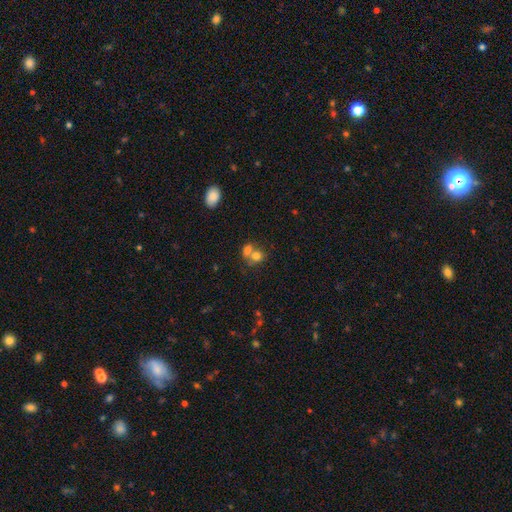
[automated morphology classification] A smooth galaxy with no disk features (72%) that is round (63%).

Vote fractions:
- Smooth or featured? smooth: 72% / featured or disk: 16% / star or artifact: 12%
- How rounded? round: 63% / in between: 36% / cigar-shaped: 1%
- Merging? merger: 60% / none: 29% / minor disturbance: 7% / major disturbance: 4%